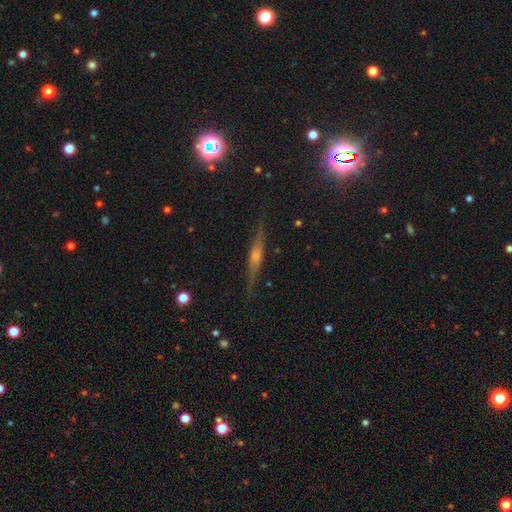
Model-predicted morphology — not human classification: Smooth or featured? featured or disk (69%)
Edge-on disk? yes (96%)
Edge-on bulge? rounded (68%)
Merging? none (86%)